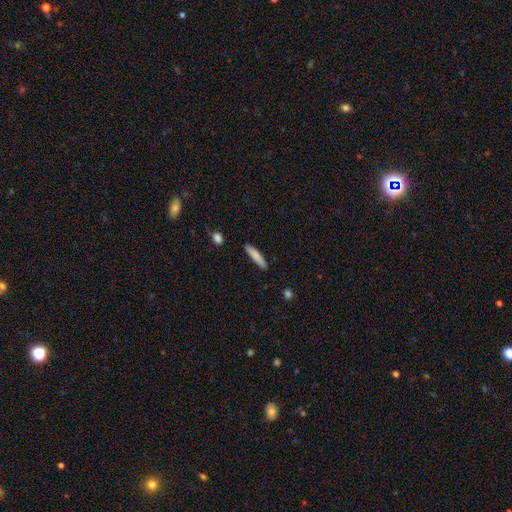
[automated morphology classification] smooth-or-featured: smooth: 82% | featured or disk: 12% | star or artifact: 6%
  how-rounded: cigar-shaped: 83% | in between: 16% | round: 1%
  merging: none: 87% | minor disturbance: 10% | major disturbance: 2% | merger: 2%